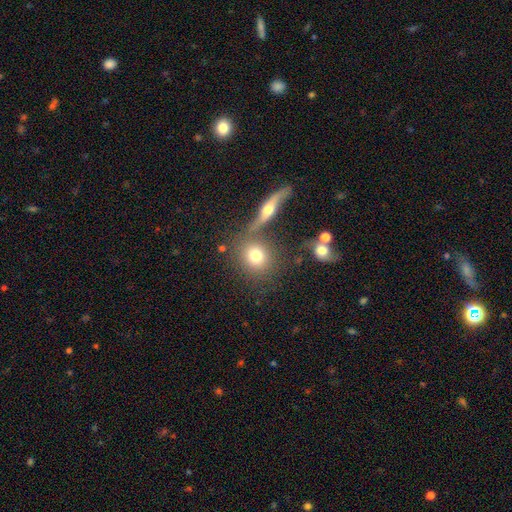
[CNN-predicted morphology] The model was most divided on "merging": none: 67%, merger: 19%, minor disturbance: 9%, major disturbance: 5%. More confident: how rounded — round (80%); smooth or featured — smooth (74%).